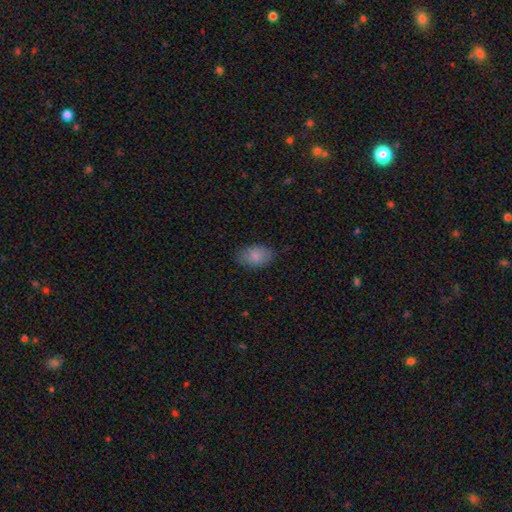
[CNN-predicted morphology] Smooth or featured? smooth (86%)
How rounded? in between (91%)
Merging? none (81%)